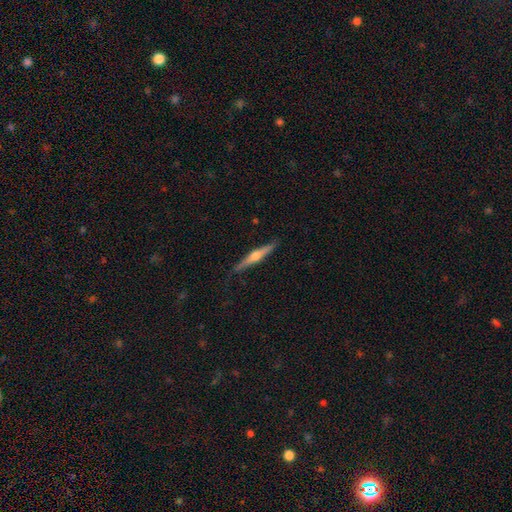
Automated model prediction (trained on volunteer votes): Smooth or featured? Predicted: featured or disk (p=0.67). Edge-on disk? Predicted: yes (p=0.98). Edge-on bulge? Predicted: rounded (p=0.92). Merging? Predicted: none (p=0.86).